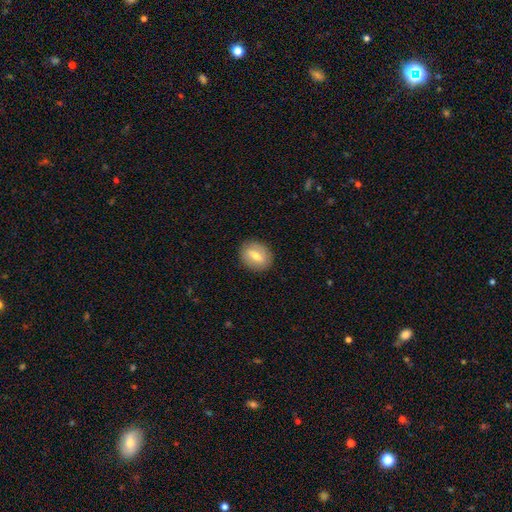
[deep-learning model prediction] Smooth or featured? Predicted: smooth (p=0.54). How rounded? Predicted: in between (p=0.53). Merging? Predicted: none (p=0.87).